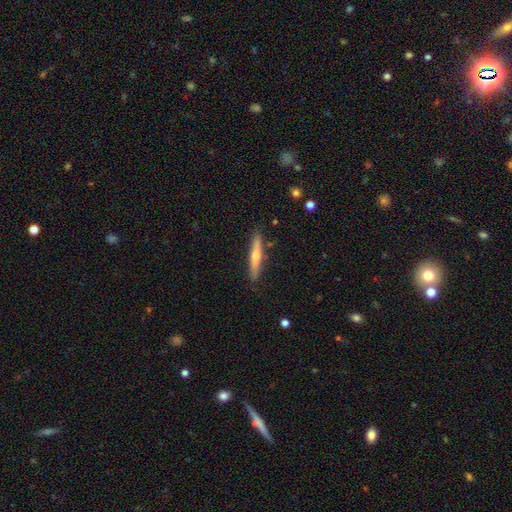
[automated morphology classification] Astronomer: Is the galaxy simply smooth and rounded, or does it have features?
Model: smooth — 55% (runner-up: featured or disk, 39%).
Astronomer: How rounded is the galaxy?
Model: cigar-shaped — 92%.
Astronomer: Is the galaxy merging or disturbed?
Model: none — 85%.